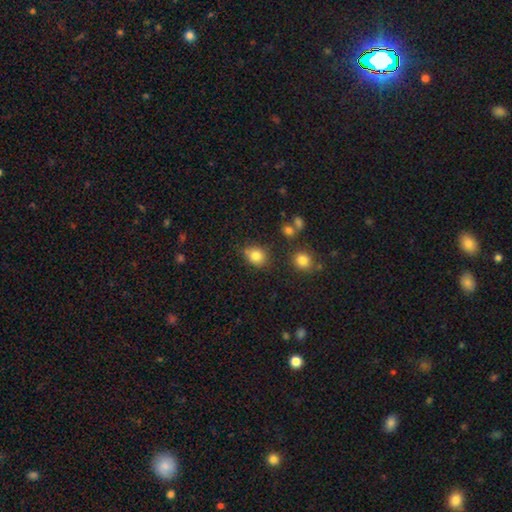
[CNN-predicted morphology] type=smooth (82%); roundness=round (53%); merging=none (69%).